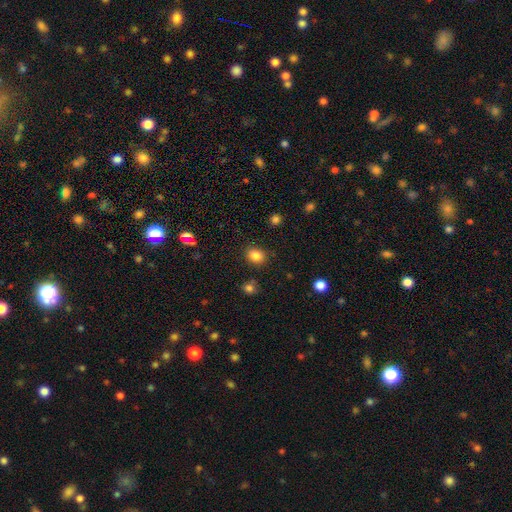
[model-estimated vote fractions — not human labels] Smooth or featured?
  - smooth: 84% *
  - star or artifact: 11%
  - featured or disk: 5%
How rounded?
  - in between: 52% *
  - round: 47%
  - cigar-shaped: 1%
Merging?
  - none: 85% *
  - minor disturbance: 10%
  - major disturbance: 3%
  - merger: 2%